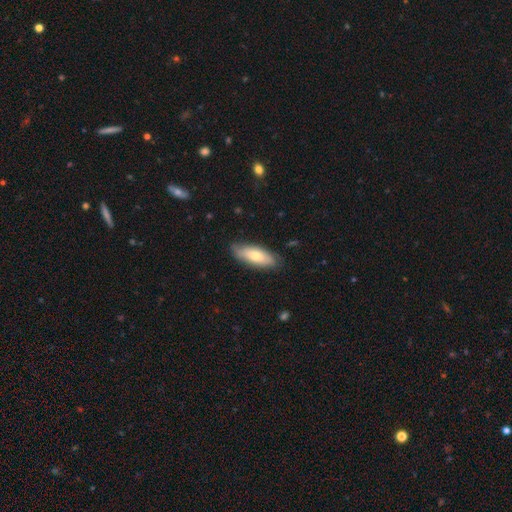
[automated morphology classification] smooth 67%, featured or disk 28%, star or artifact 6%. Down the decision tree: how rounded — in between (69%); merging — none (80%).